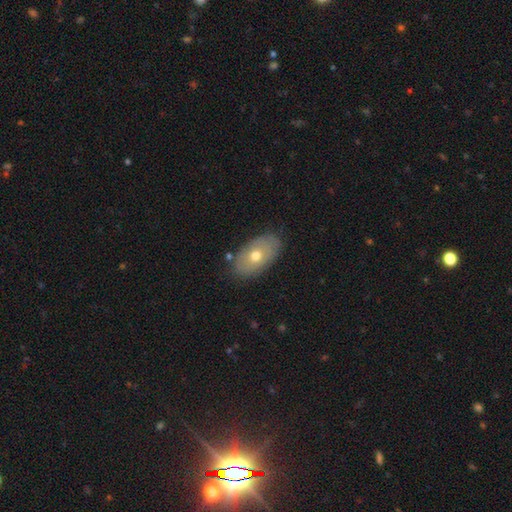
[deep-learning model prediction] Smooth or featured: smooth — 53% (featured or disk — 40%)
How rounded: in between — 91% (round — 7%)
Merging: none — 82% (minor disturbance — 13%)